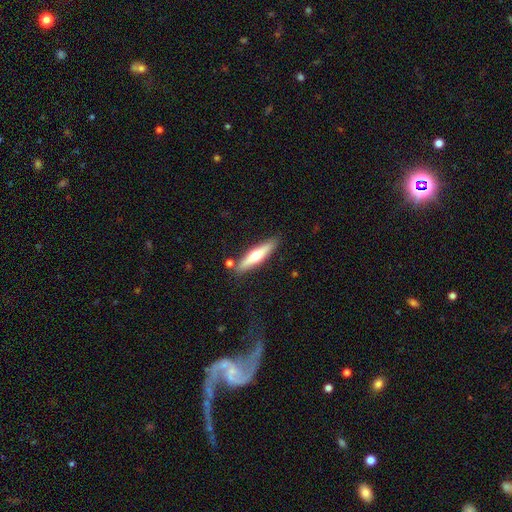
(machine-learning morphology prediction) Smooth or featured? Predicted: featured or disk (p=0.47, tied with smooth). Merging? Predicted: none (p=0.84).